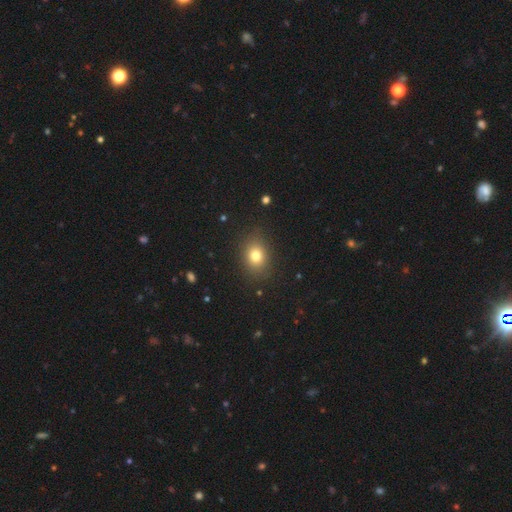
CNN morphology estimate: Q: Smooth or featured?
A: smooth (78%); runner-up: star or artifact (13%)
Q: How rounded?
A: in between (53%); runner-up: round (46%)
Q: Merging?
A: none (86%); runner-up: minor disturbance (9%)